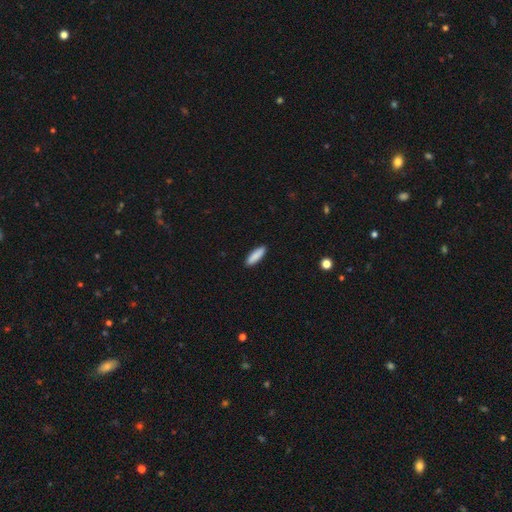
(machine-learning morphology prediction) Overall: smooth (89%). How rounded: cigar-shaped (60%; in between 39%). Merging: none (91%).